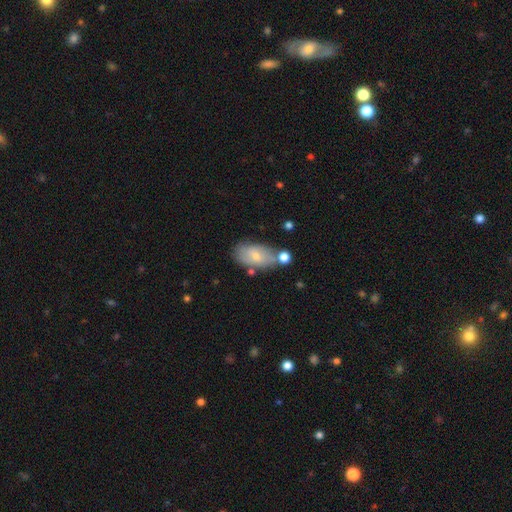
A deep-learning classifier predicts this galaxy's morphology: This appears to be a smooth galaxy with no disk features (63%) that is in between round and cigar-shaped (92%). Merging: none (60%).